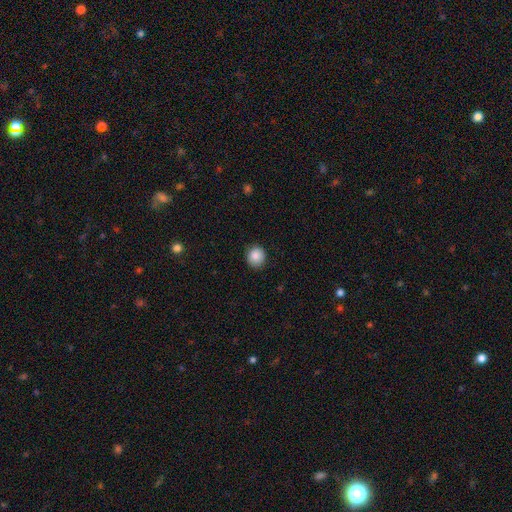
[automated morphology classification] A smooth galaxy with no disk features (87%) that is round (86%).

Vote fractions:
- Smooth or featured? smooth: 87% / star or artifact: 9% / featured or disk: 4%
- How rounded? round: 86% / in between: 13% / cigar-shaped: 1%
- Merging? none: 87% / minor disturbance: 10% / major disturbance: 2% / merger: 1%